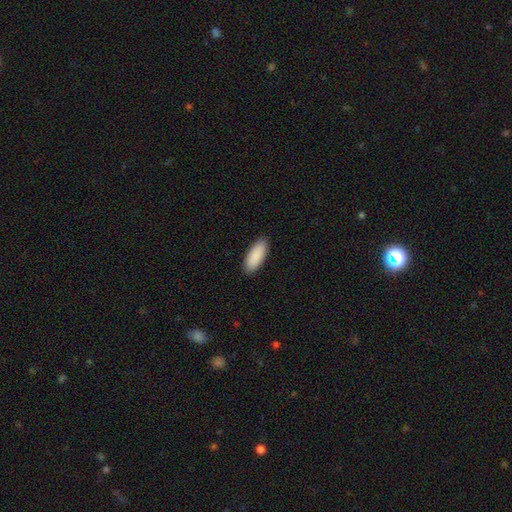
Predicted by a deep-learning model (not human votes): This appears to be a smooth galaxy with no disk features (91%) that is in between round and cigar-shaped (79%). Merging: none (90%).